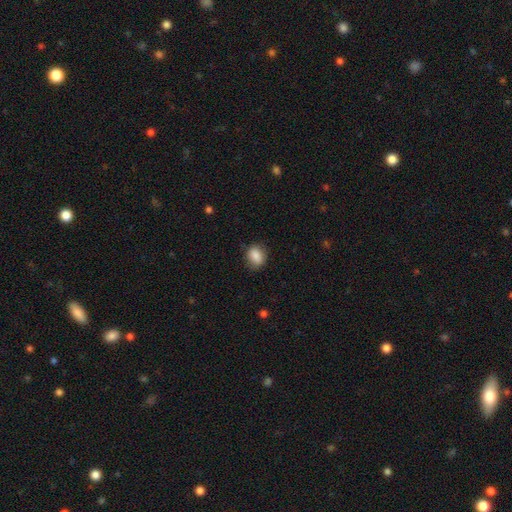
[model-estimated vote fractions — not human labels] Morphology: type=smooth (86%); roundness=in between (58%); merging=none (80%).